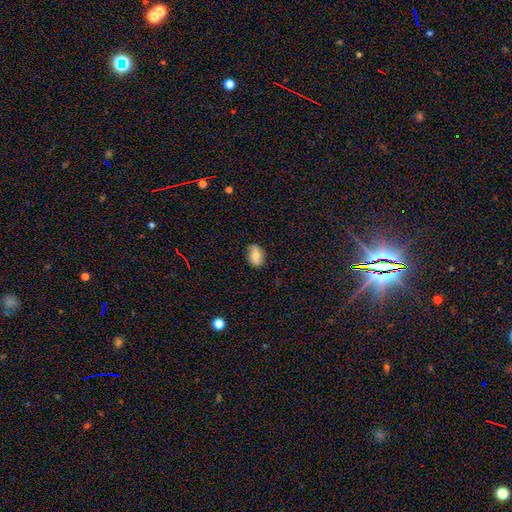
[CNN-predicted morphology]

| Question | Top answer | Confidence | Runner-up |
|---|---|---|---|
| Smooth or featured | smooth | 65% | featured or disk (26%) |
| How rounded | in between | 79% | round (19%) |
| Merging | none | 76% | minor disturbance (19%) |